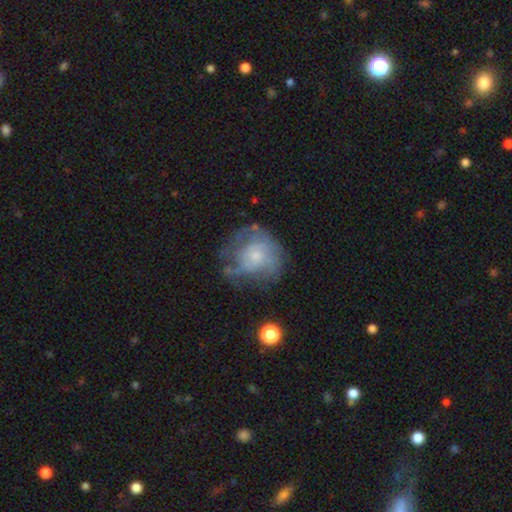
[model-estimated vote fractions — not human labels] smooth-or-featured: featured or disk: 58% | smooth: 33% | star or artifact: 9%
  disk-edge-on: no: 98% | yes: 2%
    bar: no: 81% | weak: 17% | strong: 2%
    has-spiral-arms: yes: 62% | no: 38%
    bulge-size: small: 53% | moderate: 33% | none: 8% | large: 4% | dominant: 1%
  merging: none: 51% | minor disturbance: 25% | major disturbance: 22% | merger: 3%